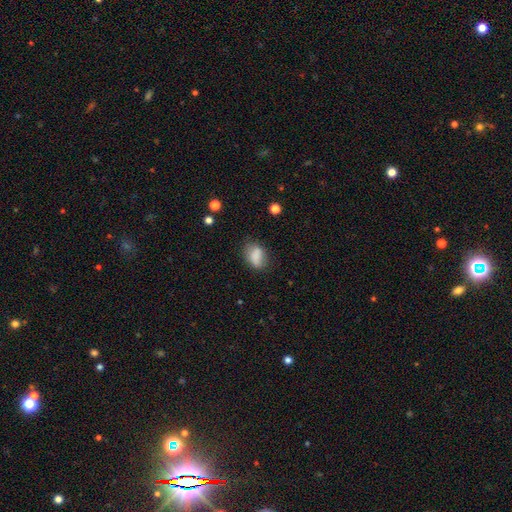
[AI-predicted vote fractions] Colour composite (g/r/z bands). It shows a smooth galaxy with no disk features (80%) that is in between round and cigar-shaped (80%). Merging: none (62%).